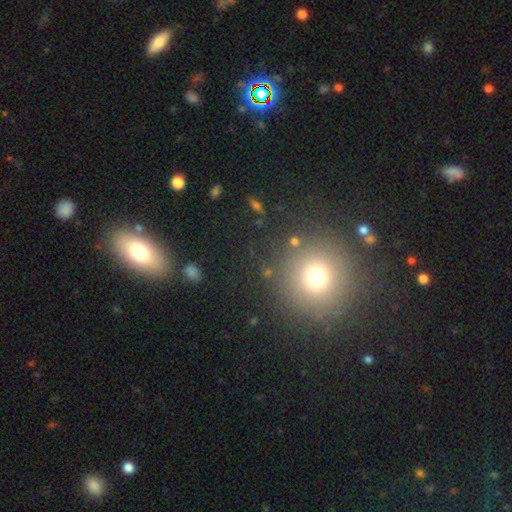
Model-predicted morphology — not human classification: This is possibly a smooth galaxy (54%). How rounded: clearly round (86%). Merging: clearly none (85%).